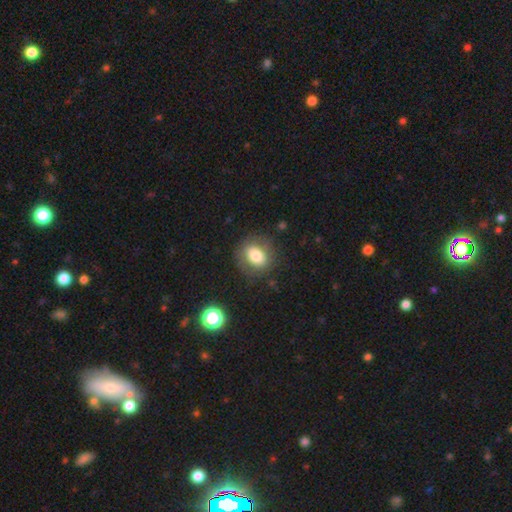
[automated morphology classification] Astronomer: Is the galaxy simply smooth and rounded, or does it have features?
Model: smooth — 72%.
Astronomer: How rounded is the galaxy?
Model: round — 60% (runner-up: in between, 39%).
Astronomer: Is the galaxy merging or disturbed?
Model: none — 78%.